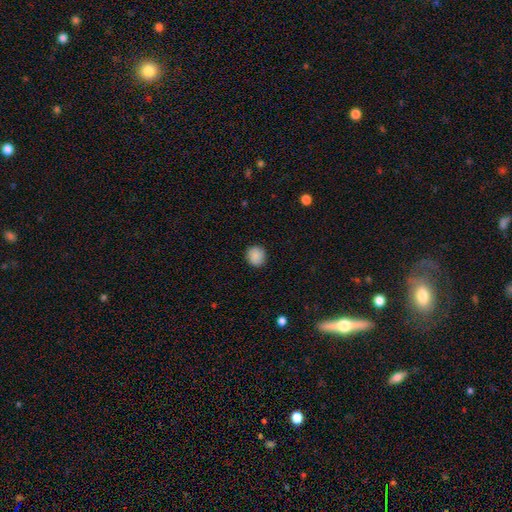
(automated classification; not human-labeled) The model was most divided on "how rounded": round: 86%, in between: 13%, cigar-shaped: 1%. More confident: merging — none (90%); smooth or featured — smooth (89%).